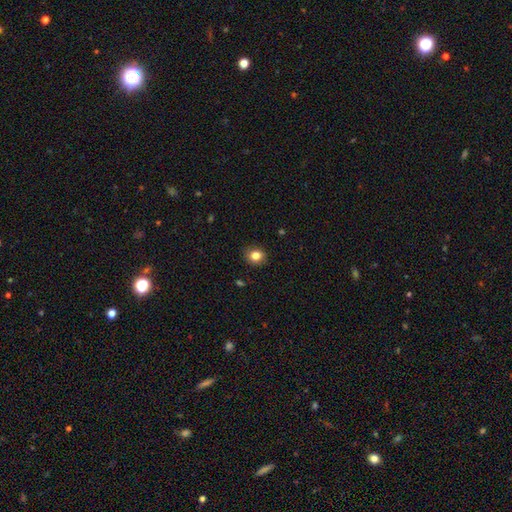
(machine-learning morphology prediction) Overall: smooth (83%). How rounded: round (71%). Merging: none (88%).